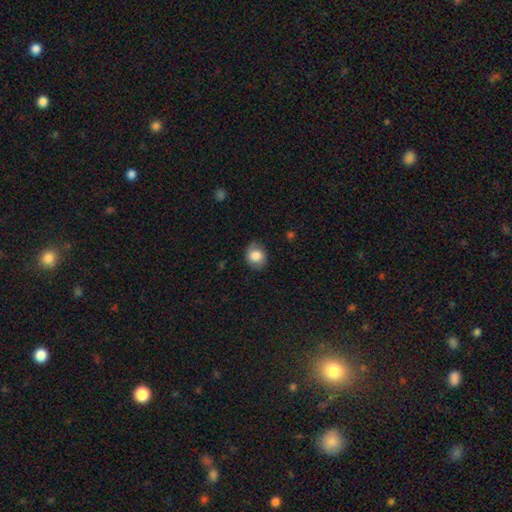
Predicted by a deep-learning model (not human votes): This is likely a smooth galaxy (79%). How rounded: likely round (63%). Merging: likely none (74%).